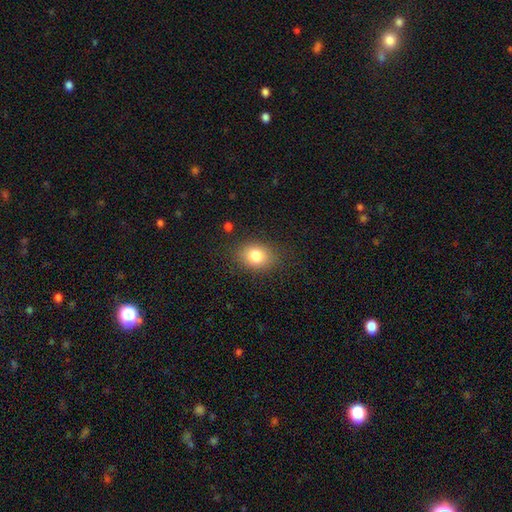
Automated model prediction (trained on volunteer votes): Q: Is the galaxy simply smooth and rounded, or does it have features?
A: smooth — 81%.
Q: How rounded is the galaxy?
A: in between — 56%.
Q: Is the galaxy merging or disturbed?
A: none — 83%.